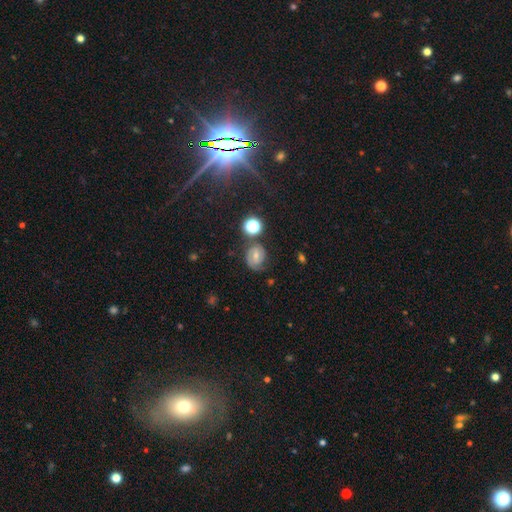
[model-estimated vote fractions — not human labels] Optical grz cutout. It shows a featured or disk galaxy (53%) with a weak bar (45%), spiral arms (83%) and a moderate central bulge (51%). Merging: none (66%).